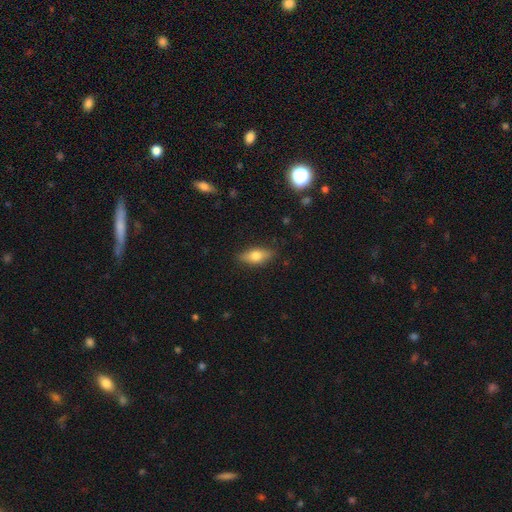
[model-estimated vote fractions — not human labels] smooth_or_featured: smooth (p=0.67) [alt: featured or disk p=0.26]
how_rounded: in between (p=0.74) [alt: cigar-shaped p=0.21]
merging: none (p=0.85) [alt: minor disturbance p=0.11]